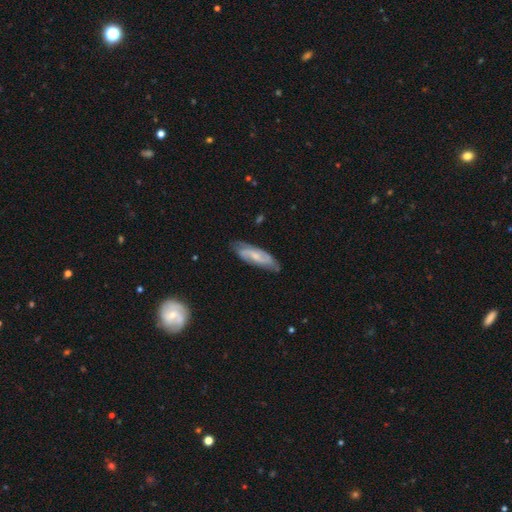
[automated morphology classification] A featured or disk galaxy (65%) with a weak bar (45%), spiral arms (90%) and a small central bulge (53%).

Vote fractions:
- Smooth or featured? featured or disk: 65% / smooth: 28% / star or artifact: 6%
- Edge-on disk? no: 83% / yes: 17%
- Bar? weak: 45% / no: 40% / strong: 15%
- Spiral arms? yes: 90% / no: 10%
- Bulge size? small: 53% / moderate: 33% / none: 11% / large: 2% / dominant: 1%
- Merging? none: 74% / minor disturbance: 20% / major disturbance: 4% / merger: 2%